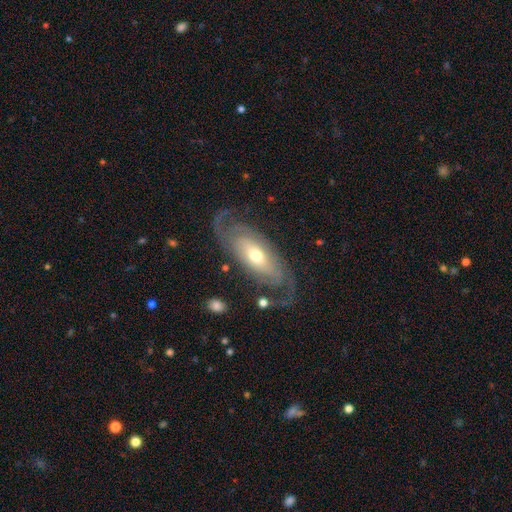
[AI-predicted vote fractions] This appears to be a featured or disk galaxy (80%) with no bar (67%), 2 (64%) tight (45%) spiral arms (89%) and a moderate central bulge (61%). Merging: none (71%).